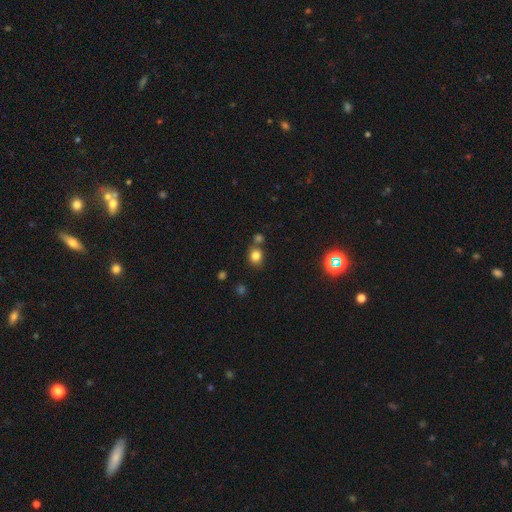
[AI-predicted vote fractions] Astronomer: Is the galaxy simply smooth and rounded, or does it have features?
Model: smooth — 80%.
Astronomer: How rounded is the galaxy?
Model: round — 73%.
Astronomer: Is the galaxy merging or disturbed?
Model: none — 67%.